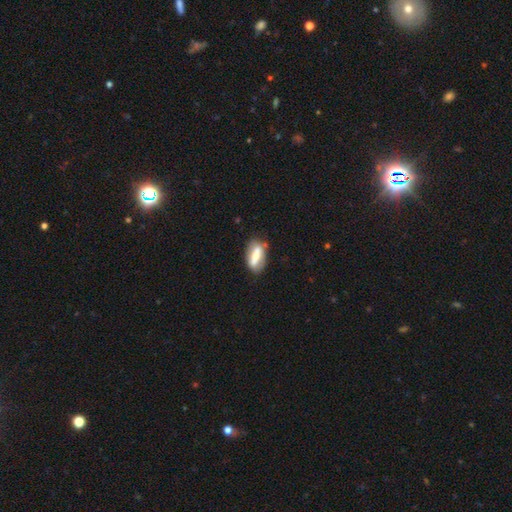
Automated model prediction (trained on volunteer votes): This is possibly a smooth galaxy (49%). Merging: likely none (71%).